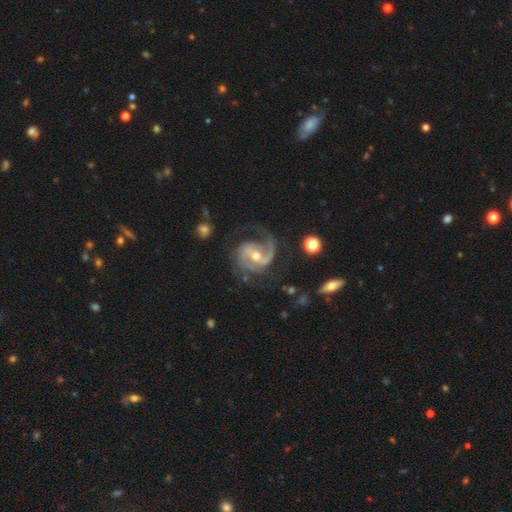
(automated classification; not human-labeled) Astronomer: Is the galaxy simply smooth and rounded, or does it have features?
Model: featured or disk — 90%.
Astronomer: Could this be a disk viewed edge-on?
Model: no — 98%.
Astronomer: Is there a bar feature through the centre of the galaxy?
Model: weak — 45% (runner-up: strong, 28%).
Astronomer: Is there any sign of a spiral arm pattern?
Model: yes — 97%.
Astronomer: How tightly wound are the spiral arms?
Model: medium — 52%.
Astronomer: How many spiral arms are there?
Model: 2 — 73%.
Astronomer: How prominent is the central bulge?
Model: moderate — 67%.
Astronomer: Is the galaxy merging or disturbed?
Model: none — 61%.